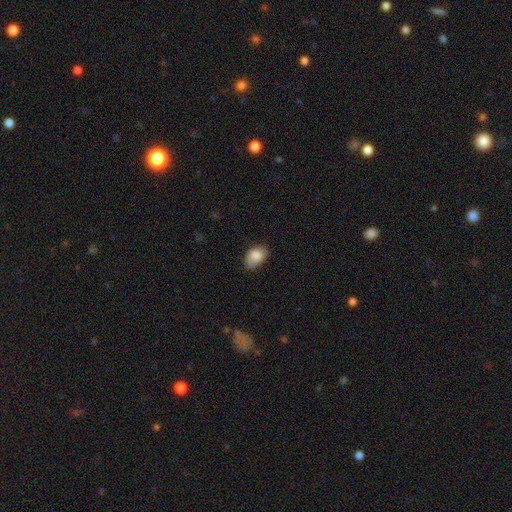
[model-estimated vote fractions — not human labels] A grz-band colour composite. It shows a smooth galaxy with no disk features (82%) that is in between round and cigar-shaped (86%). Merging: none (70%).